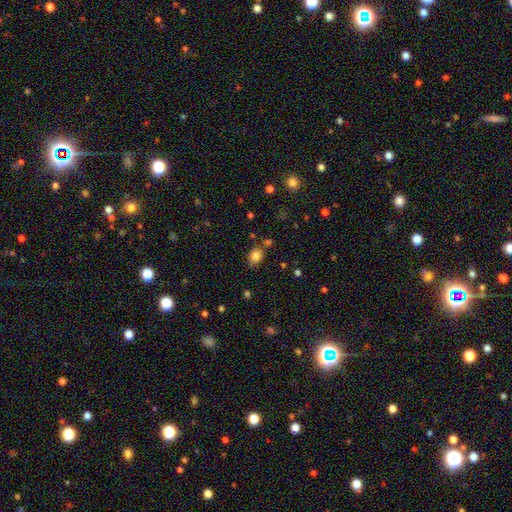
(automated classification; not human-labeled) Smooth or featured: smooth — 82% (star or artifact — 11%)
How rounded: in between — 54% (round — 44%)
Merging: none — 71% (minor disturbance — 17%)